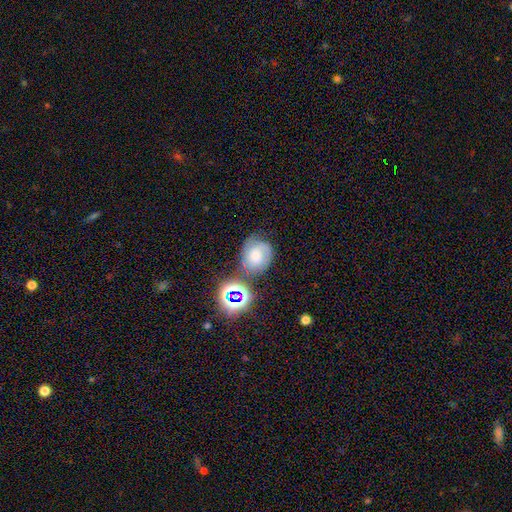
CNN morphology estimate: Smooth or featured: featured or disk — 55% (smooth — 25%)
Edge-on disk: no — 97% (yes — 3%)
Bar: no — 63% (weak — 29%)
Spiral arms: yes — 89% (no — 11%)
Bulge size: moderate — 48% (small — 23%)
Merging: none — 64% (minor disturbance — 19%)